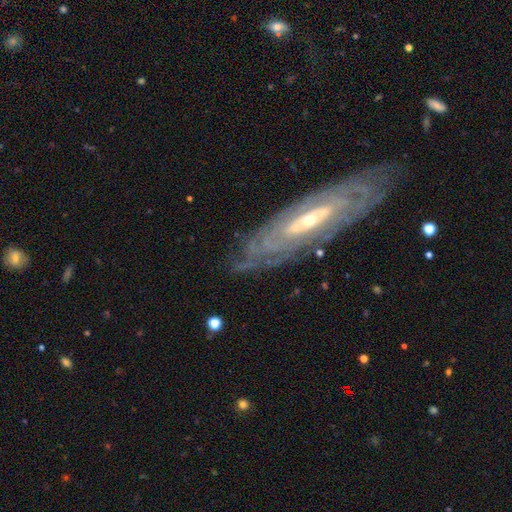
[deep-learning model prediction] Smooth or featured: featured or disk — 87% (smooth — 8%)
Edge-on disk: no — 78% (yes — 22%)
Bar: no — 42% (weak — 34%)
Spiral arms: yes — 90% (no — 10%)
Spiral winding: tight — 81% (medium — 15%)
Spiral arm count: can't tell — 56% (2 — 11%)
Bulge size: small — 62% (moderate — 34%)
Merging: none — 81% (minor disturbance — 13%)